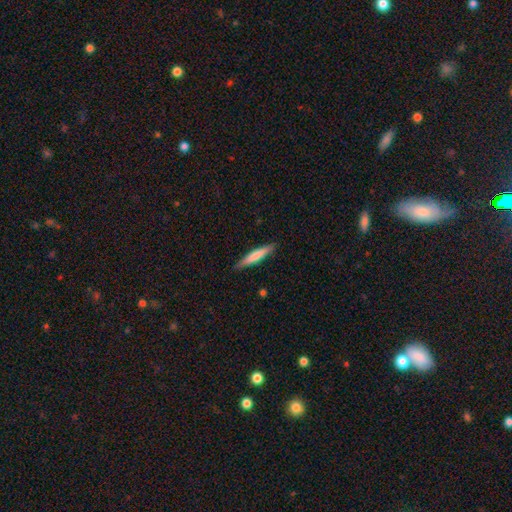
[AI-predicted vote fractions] The model was most divided on "smooth or featured": smooth: 68%, featured or disk: 27%, star or artifact: 5%. More confident: how rounded — cigar-shaped (93%); merging — none (89%).